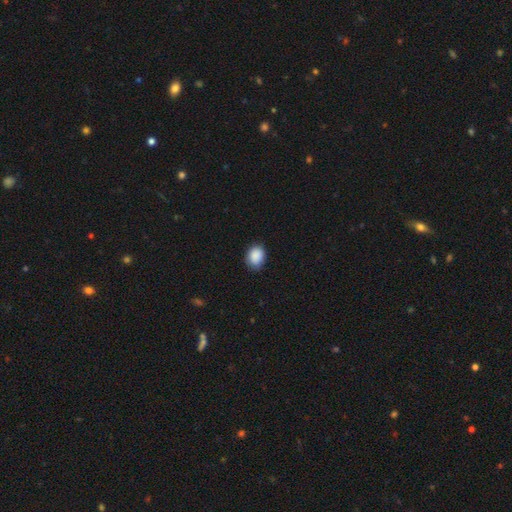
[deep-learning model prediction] This appears to be a smooth galaxy with no disk features (89%) that is in between round and cigar-shaped (53%). Merging: none (75%).